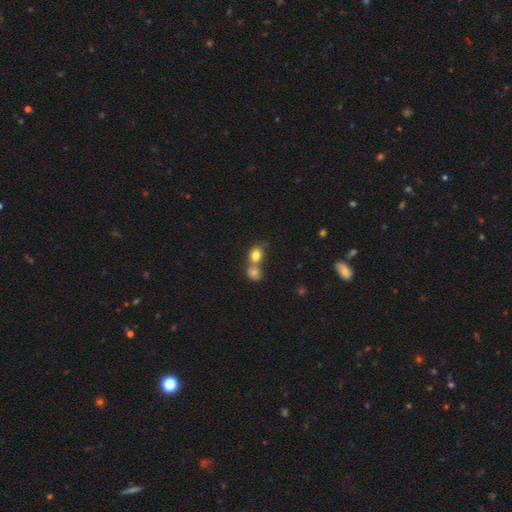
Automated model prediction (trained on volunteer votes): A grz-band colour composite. It shows a smooth galaxy with no disk features (81%) that is round (66%). Merging: merger (55%).